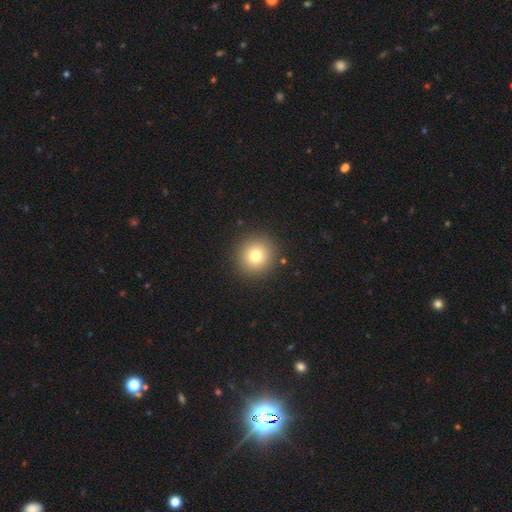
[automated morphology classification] smooth 77%, star or artifact 13%, featured or disk 10%. Down the decision tree: how rounded — round (93%); merging — none (90%).